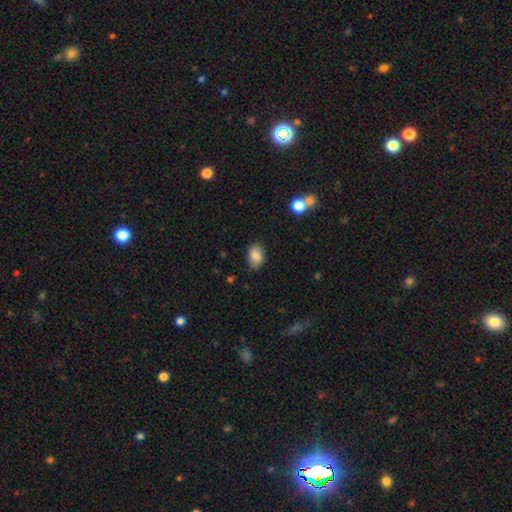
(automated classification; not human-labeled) A smooth galaxy with no disk features (85%) that is in between round and cigar-shaped (88%). Merging: none (85%).